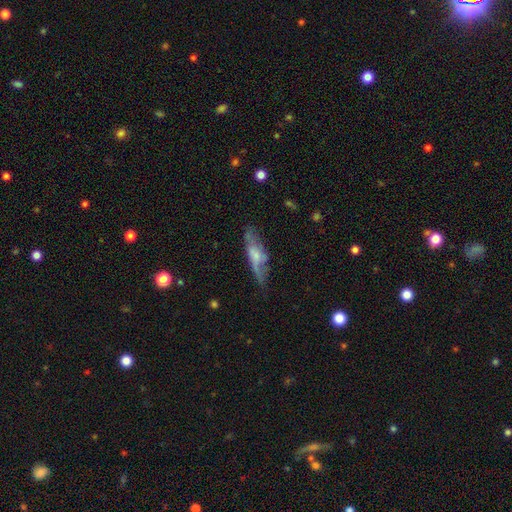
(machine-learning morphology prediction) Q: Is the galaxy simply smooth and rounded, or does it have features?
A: featured or disk — 47%.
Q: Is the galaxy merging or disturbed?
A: none — 55%.